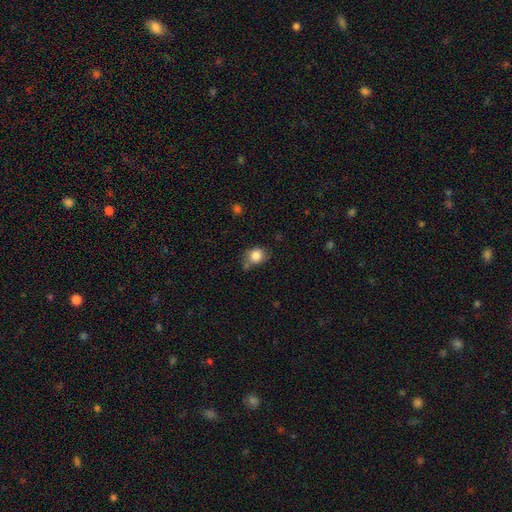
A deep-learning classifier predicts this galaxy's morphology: Smooth or featured? smooth (84%)
How rounded? round (60%)
Merging? none (59%)